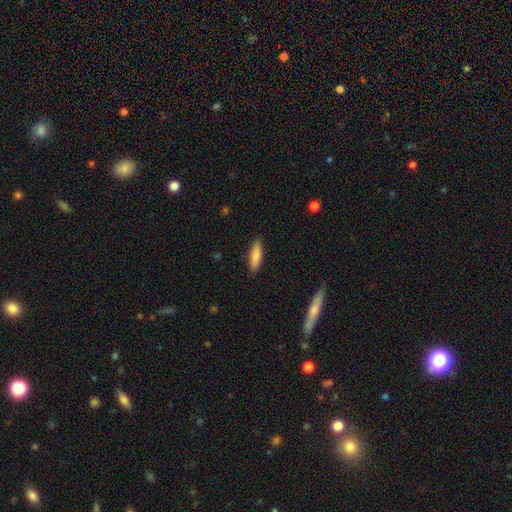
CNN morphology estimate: A smooth galaxy with no disk features (86%) that is cigar-shaped (50%). Merging: none (88%).